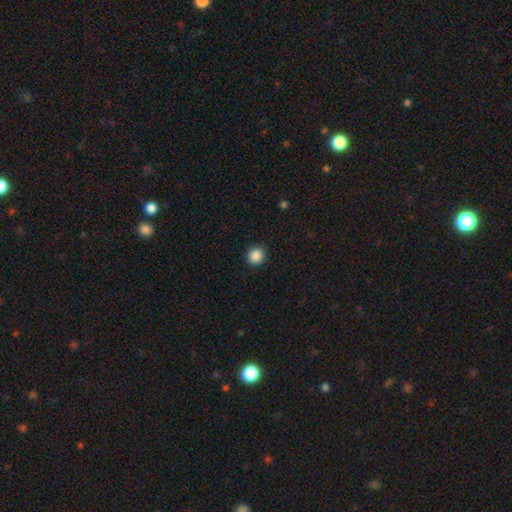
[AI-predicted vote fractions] smooth_or_featured: smooth (p=0.88) [alt: star or artifact p=0.10]
how_rounded: round (p=0.89) [alt: in between p=0.10]
merging: none (p=0.91) [alt: minor disturbance p=0.06]